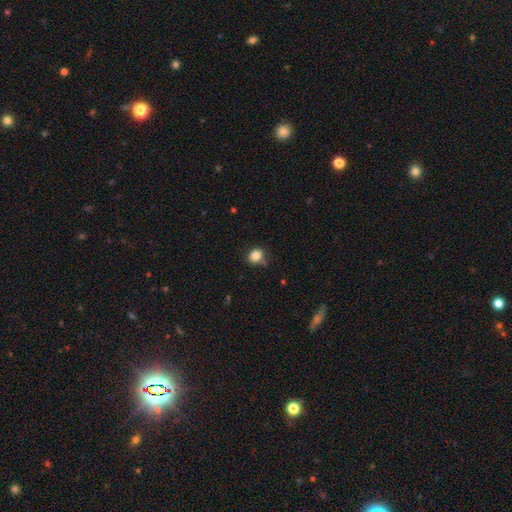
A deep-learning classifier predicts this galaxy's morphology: This appears to be a smooth galaxy with no disk features (84%) that is round (67%). Merging: none (78%).